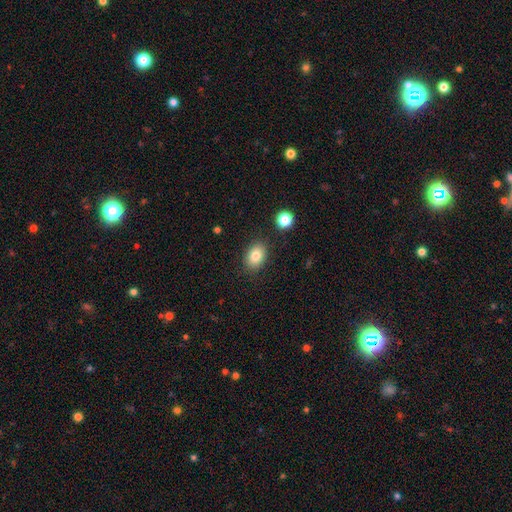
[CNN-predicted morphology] This appears to be a smooth galaxy with no disk features (83%) that is in between round and cigar-shaped (76%). Merging: none (85%).